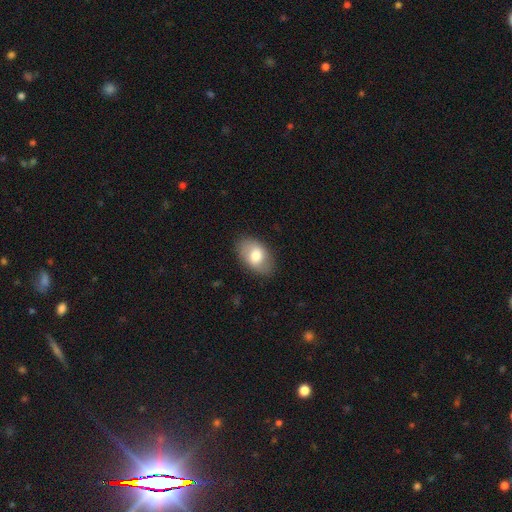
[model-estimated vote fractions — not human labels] smooth 71%, featured or disk 22%, star or artifact 7%. Down the decision tree: how rounded — in between (89%); merging — none (83%).